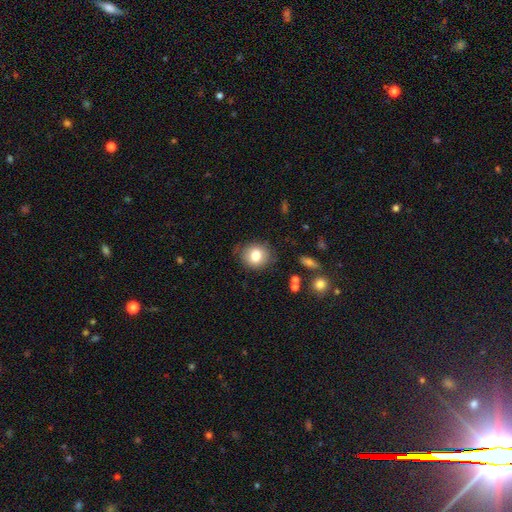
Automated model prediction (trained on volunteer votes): This appears to be a smooth galaxy with no disk features (80%) that is round (77%). Merging: none (81%).